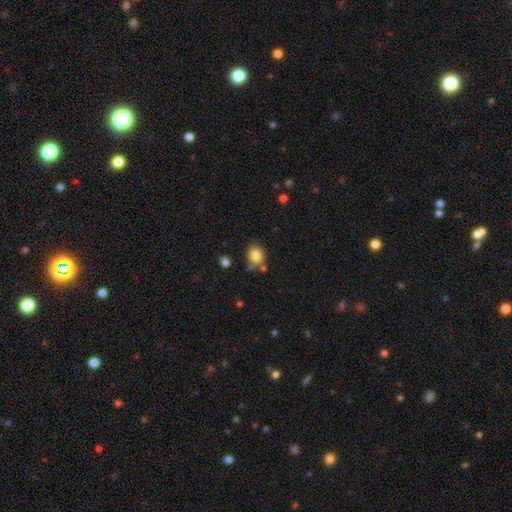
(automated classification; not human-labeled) A smooth galaxy with no disk features (82%) that is round (53%). Merging: none (65%).